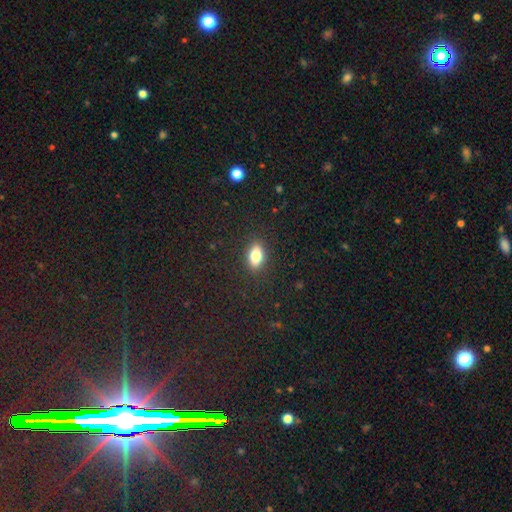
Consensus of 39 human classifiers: A smooth galaxy with no disk features (72%) that is in between round and cigar-shaped (86%). Merging: none (94%).